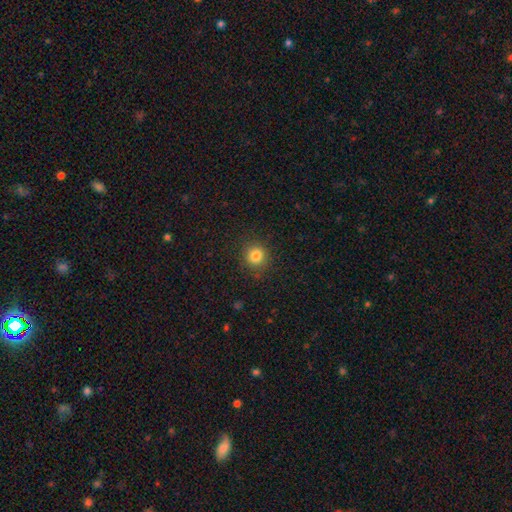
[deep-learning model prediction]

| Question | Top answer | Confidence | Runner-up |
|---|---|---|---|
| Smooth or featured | smooth | 82% | star or artifact (12%) |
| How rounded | round | 90% | in between (9%) |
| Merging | none | 88% | minor disturbance (8%) |